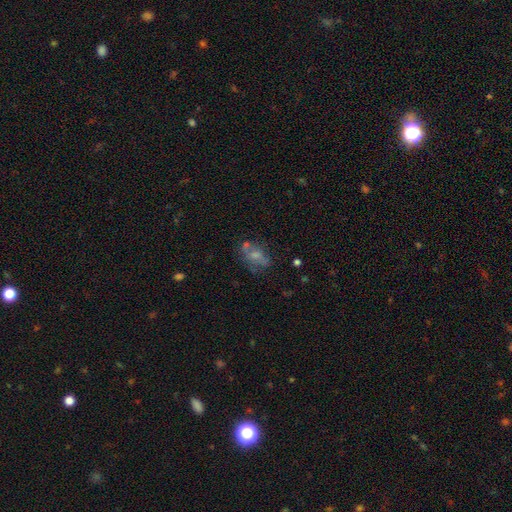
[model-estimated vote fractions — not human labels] This appears to be a smooth galaxy with no disk features (48%). Merging: none (46%).